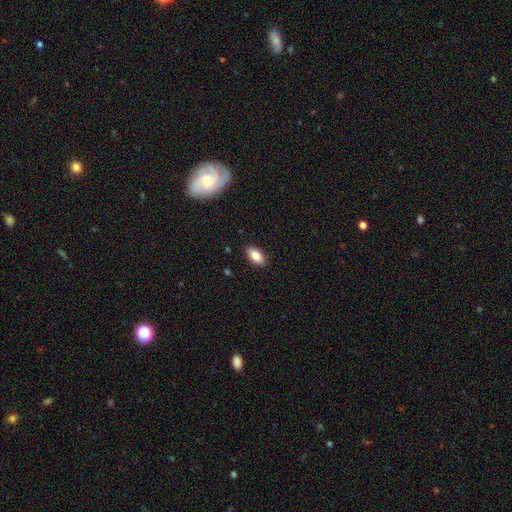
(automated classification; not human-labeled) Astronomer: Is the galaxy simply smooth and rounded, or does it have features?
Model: smooth — 85%.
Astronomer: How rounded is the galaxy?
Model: in between — 92%.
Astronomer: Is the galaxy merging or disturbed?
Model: none — 88%.